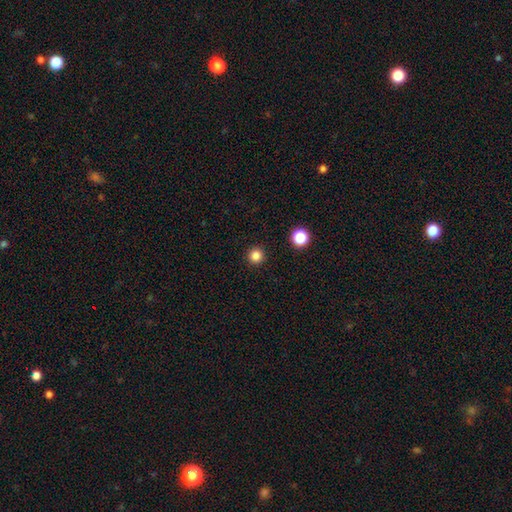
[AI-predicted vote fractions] Q: Smooth or featured?
A: smooth (83%); runner-up: star or artifact (13%)
Q: How rounded?
A: round (96%); runner-up: in between (3%)
Q: Merging?
A: none (93%); runner-up: minor disturbance (4%)